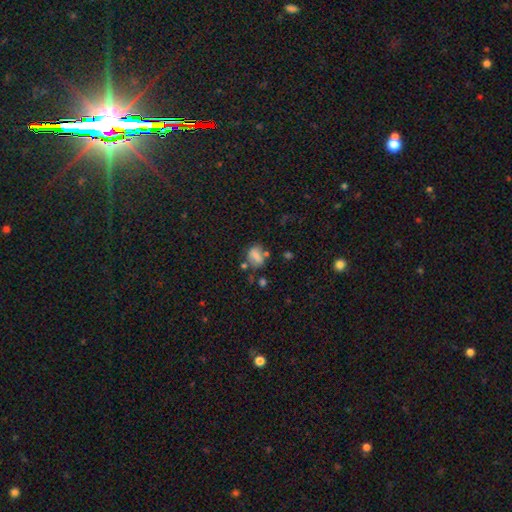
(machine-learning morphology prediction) Smooth or featured: smooth — 67% (featured or disk — 19%)
How rounded: in between — 60% (round — 37%)
Merging: none — 54% (minor disturbance — 22%)